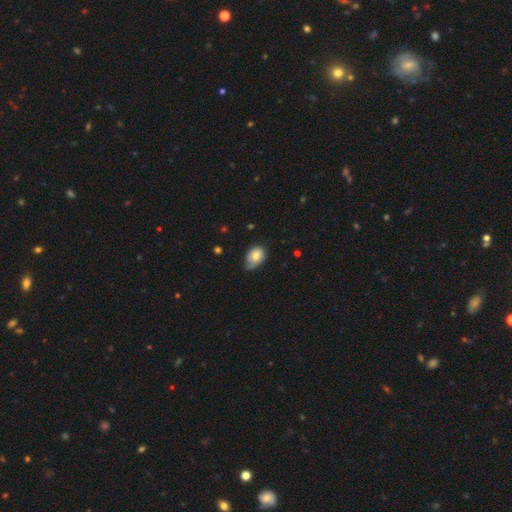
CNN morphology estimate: smooth 74%, featured or disk 18%, star or artifact 8%. Down the decision tree: how rounded — in between (71%); merging — minor disturbance (45%).